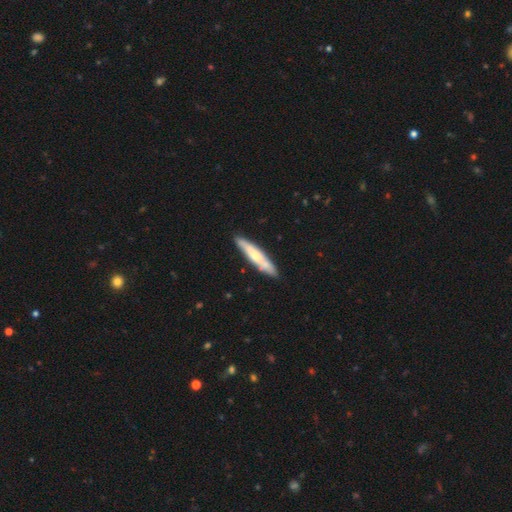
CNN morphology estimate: This is possibly a smooth galaxy (54%). How rounded: clearly cigar-shaped (88%). Merging: clearly none (81%).